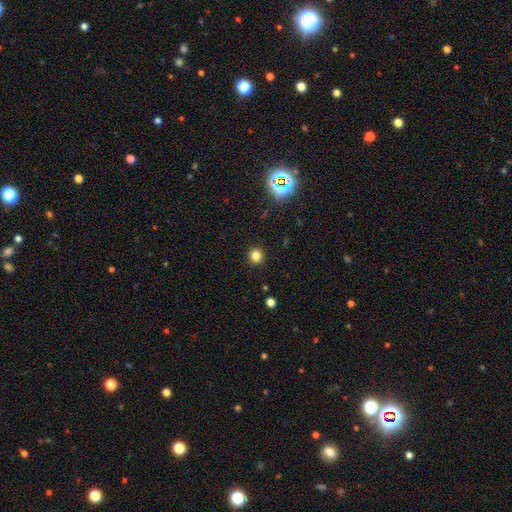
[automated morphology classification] Q: Smooth or featured?
A: smooth (80%); runner-up: star or artifact (16%)
Q: How rounded?
A: round (93%); runner-up: in between (6%)
Q: Merging?
A: none (92%); runner-up: minor disturbance (5%)